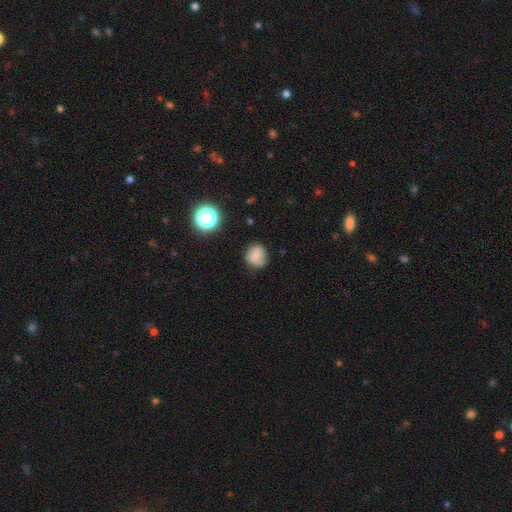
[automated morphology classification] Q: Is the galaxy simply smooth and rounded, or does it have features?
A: smooth — 63%.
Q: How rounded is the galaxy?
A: round — 80%.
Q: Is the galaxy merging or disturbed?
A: none — 67%.